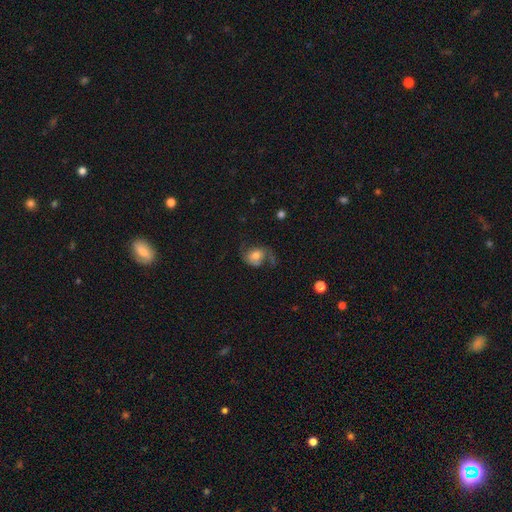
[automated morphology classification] A smooth galaxy with no disk features (47%).

Vote fractions:
- Smooth or featured? smooth: 47% / featured or disk: 44% / star or artifact: 10%
- Merging? none: 47% / major disturbance: 26% / minor disturbance: 23% / merger: 4%